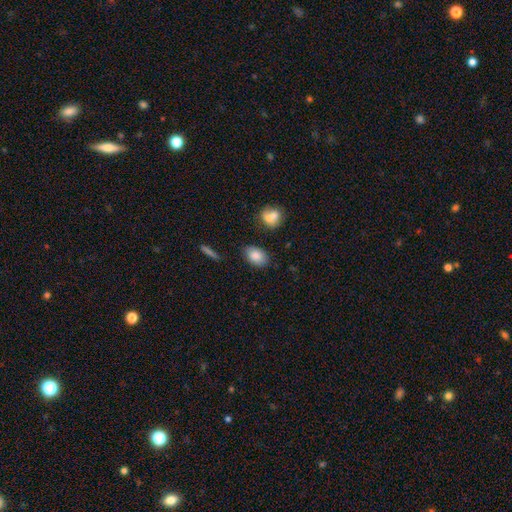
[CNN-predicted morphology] Smooth or featured?
  - smooth: 84% *
  - featured or disk: 8%
  - star or artifact: 8%
How rounded?
  - in between: 87% *
  - round: 11%
  - cigar-shaped: 2%
Merging?
  - none: 80% *
  - minor disturbance: 13%
  - merger: 4%
  - major disturbance: 3%